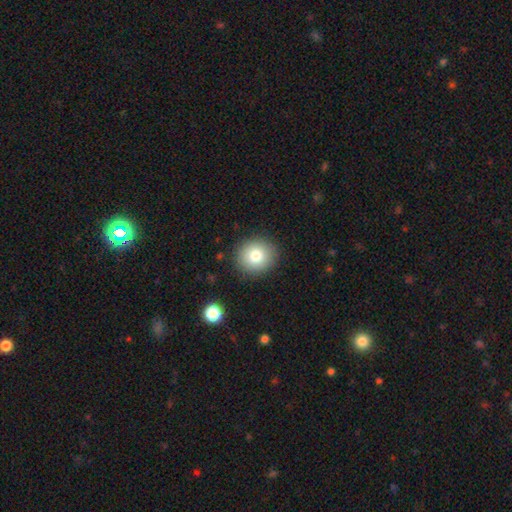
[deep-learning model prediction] This is likely a smooth galaxy (79%). How rounded: clearly round (87%). Merging: clearly none (89%).